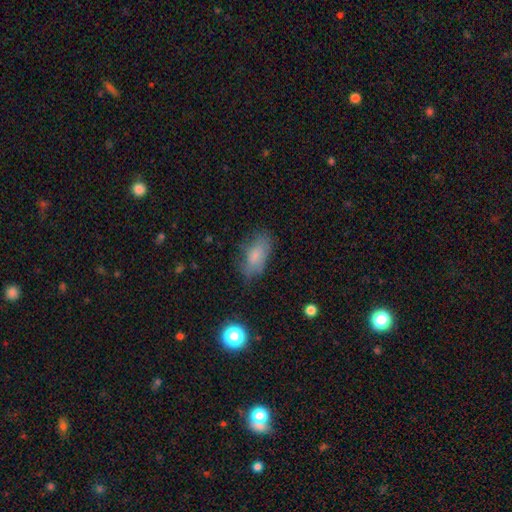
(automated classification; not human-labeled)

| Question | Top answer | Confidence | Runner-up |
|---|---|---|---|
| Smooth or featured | smooth | 75% | featured or disk (15%) |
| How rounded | in between | 88% | cigar-shaped (8%) |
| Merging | none | 63% | minor disturbance (26%) |